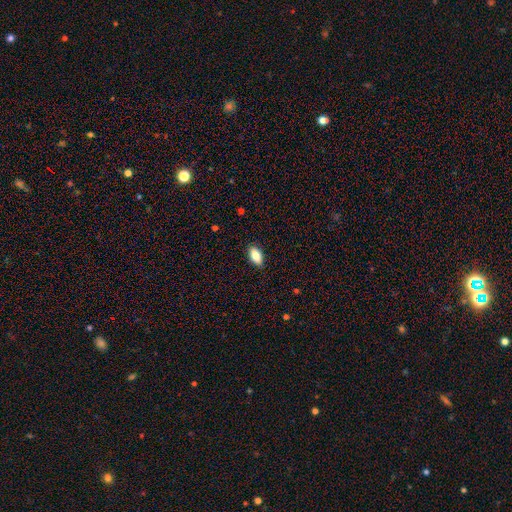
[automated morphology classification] Smooth or featured? smooth (81%)
How rounded? in between (89%)
Merging? none (88%)